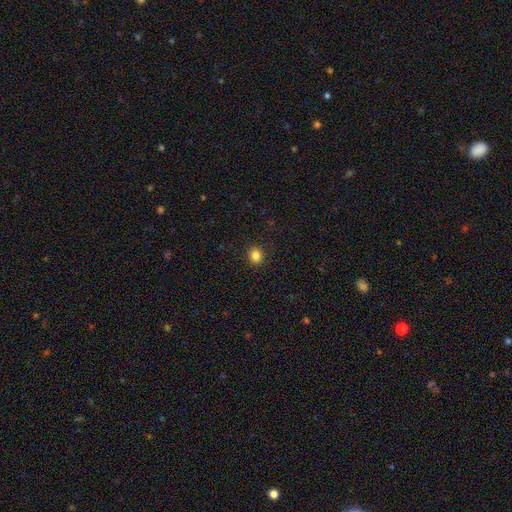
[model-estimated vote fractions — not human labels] smooth-or-featured: smooth: 84% | star or artifact: 11% | featured or disk: 4%
  how-rounded: round: 80% | in between: 19% | cigar-shaped: 1%
  merging: none: 92% | minor disturbance: 6% | major disturbance: 2% | merger: 1%